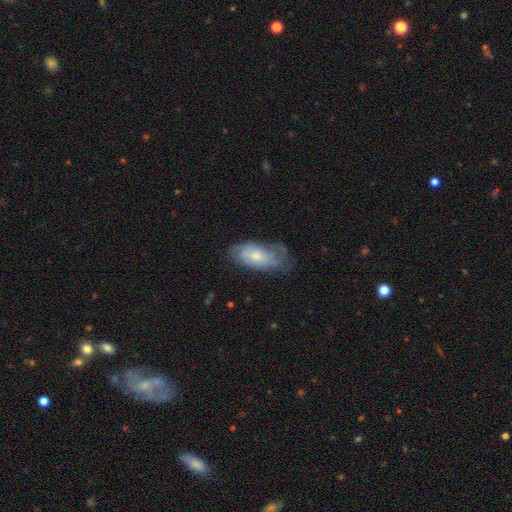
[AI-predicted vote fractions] Overall: smooth (52%; featured or disk 40%). How rounded: in between (85%). Merging: none (56%; minor disturbance 30%).